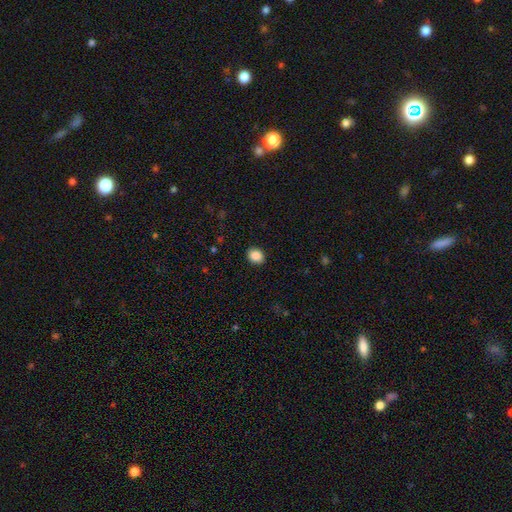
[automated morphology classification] smooth-or-featured: smooth: 88% | star or artifact: 9% | featured or disk: 3%
  how-rounded: round: 61% | in between: 38% | cigar-shaped: 1%
  merging: none: 91% | minor disturbance: 6% | major disturbance: 2% | merger: 1%